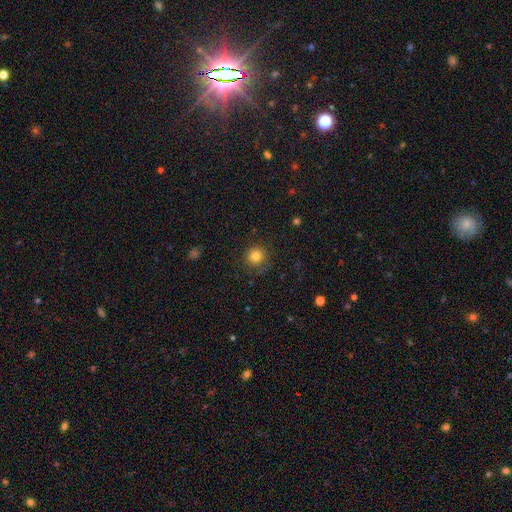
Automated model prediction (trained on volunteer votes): Smooth or featured?
  - smooth: 82% *
  - star or artifact: 12%
  - featured or disk: 7%
How rounded?
  - round: 92% *
  - in between: 7%
  - cigar-shaped: 1%
Merging?
  - none: 80% *
  - minor disturbance: 13%
  - major disturbance: 5%
  - merger: 1%